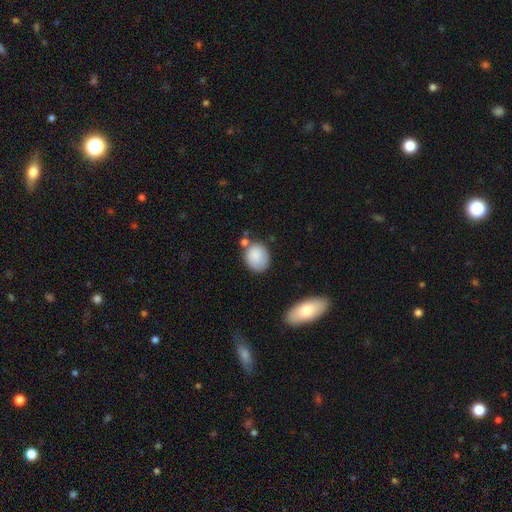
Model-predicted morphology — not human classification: Smooth or featured? smooth (87%)
How rounded? round (51%)
Merging? none (63%)